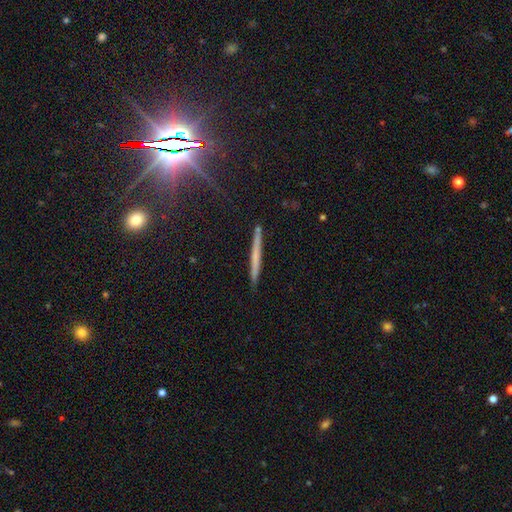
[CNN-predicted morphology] Overall: smooth (45%; featured or disk 44%). Merging: none (90%).